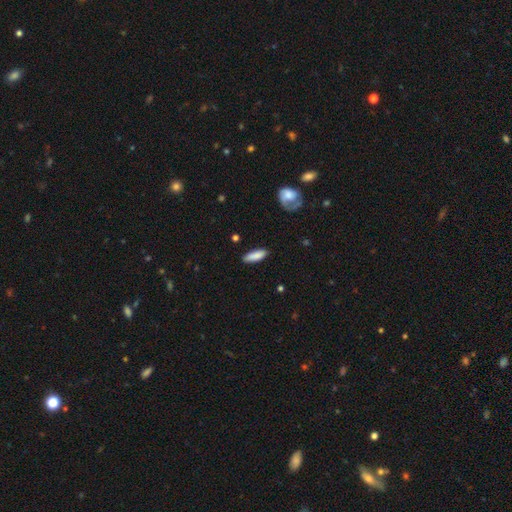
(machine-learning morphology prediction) smooth_or_featured: smooth (p=0.85) [alt: featured or disk p=0.09]
how_rounded: cigar-shaped (p=0.50) [alt: in between p=0.48]
merging: none (p=0.85) [alt: minor disturbance p=0.11]